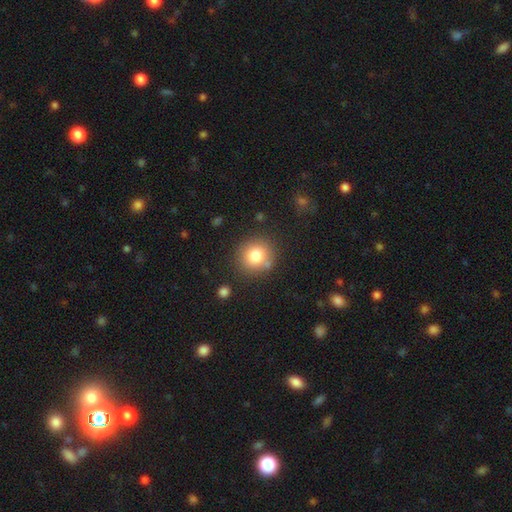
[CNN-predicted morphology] Q: Smooth or featured?
A: smooth (79%); runner-up: star or artifact (11%)
Q: How rounded?
A: round (89%); runner-up: in between (10%)
Q: Merging?
A: none (80%); runner-up: minor disturbance (10%)